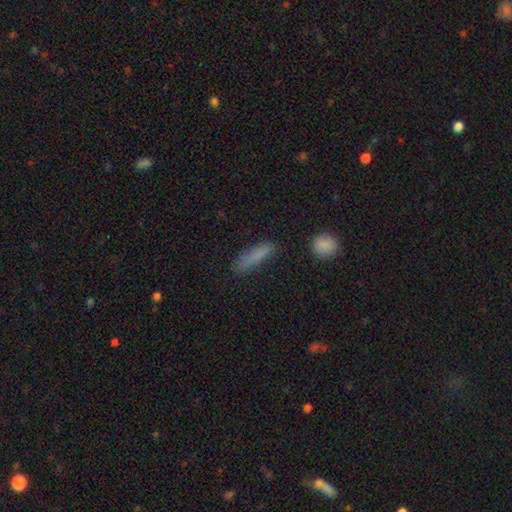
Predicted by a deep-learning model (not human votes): A smooth galaxy with no disk features (82%) that is cigar-shaped (75%).

Vote fractions:
- Smooth or featured? smooth: 82% / featured or disk: 10% / star or artifact: 9%
- How rounded? cigar-shaped: 75% / in between: 23% / round: 2%
- Merging? none: 80% / minor disturbance: 14% / major disturbance: 4% / merger: 2%